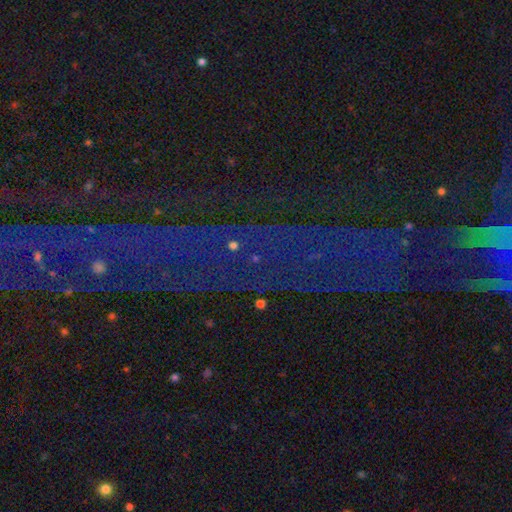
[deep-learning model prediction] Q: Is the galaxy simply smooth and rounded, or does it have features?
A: star or artifact — 77%.